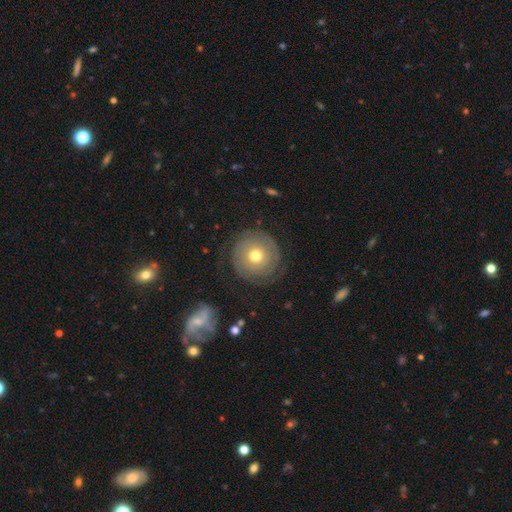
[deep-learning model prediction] The model was most divided on "smooth or featured": featured or disk: 48%, smooth: 44%, star or artifact: 8%. More confident: merging — none (78%).